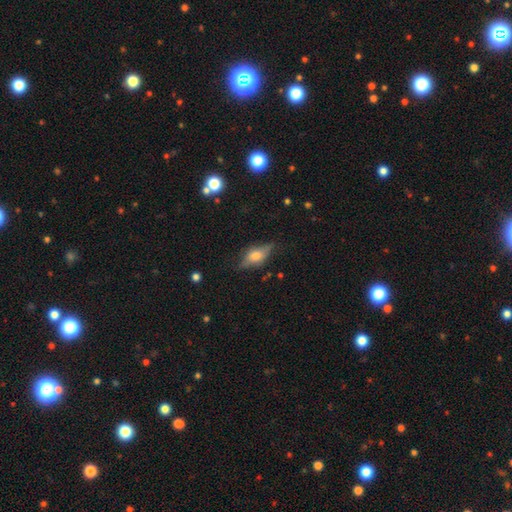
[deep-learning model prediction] Overall: featured or disk (52%; smooth 40%). Edge-on disk: yes (86%). Merging: none (74%).